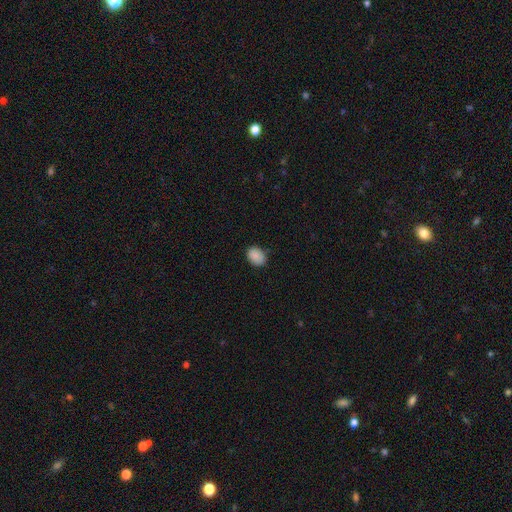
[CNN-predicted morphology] A smooth galaxy with no disk features (87%) that is in between round and cigar-shaped (68%). Merging: none (81%).